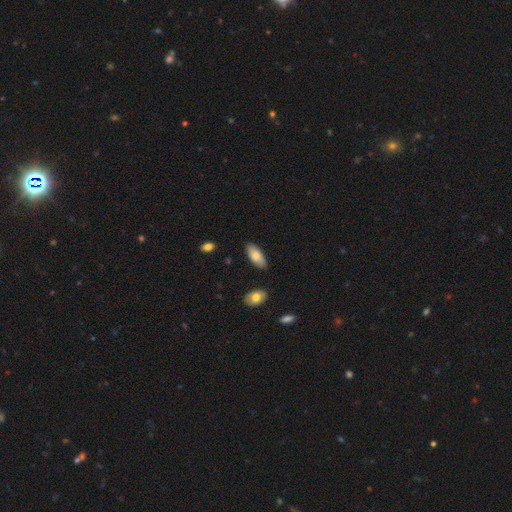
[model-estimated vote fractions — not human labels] Q: Smooth or featured?
A: smooth (79%); runner-up: featured or disk (15%)
Q: How rounded?
A: in between (86%); runner-up: cigar-shaped (13%)
Q: Merging?
A: none (83%); runner-up: minor disturbance (13%)